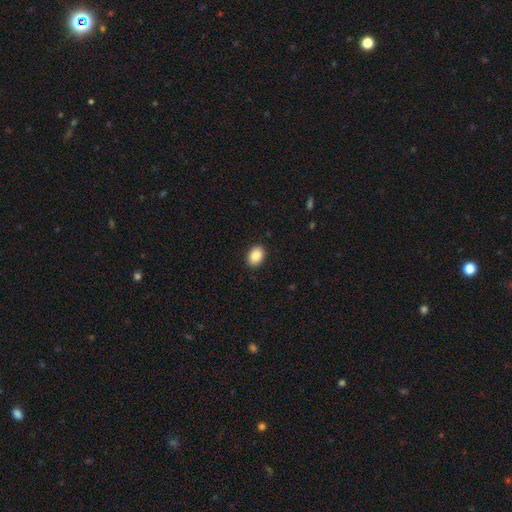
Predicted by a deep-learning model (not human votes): smooth 86%, star or artifact 8%, featured or disk 6%. Down the decision tree: how rounded — in between (78%); merging — none (91%).